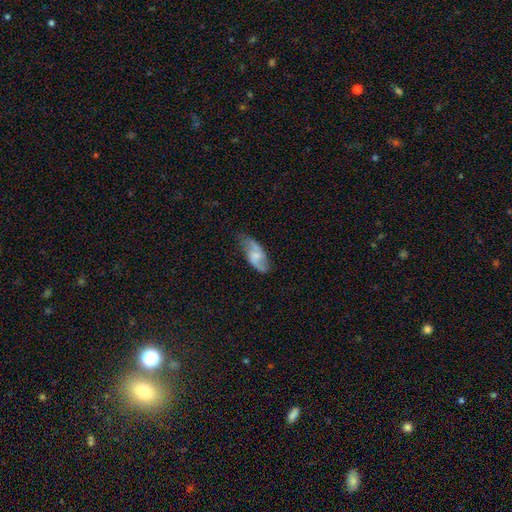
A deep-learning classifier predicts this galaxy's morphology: Smooth or featured? Predicted: featured or disk (p=0.58). Edge-on disk? Predicted: no (p=0.92). Bar? Predicted: no (p=0.48). Spiral arms? Predicted: yes (p=0.86). Bulge size? Predicted: small (p=0.43). Merging? Predicted: none (p=0.63).